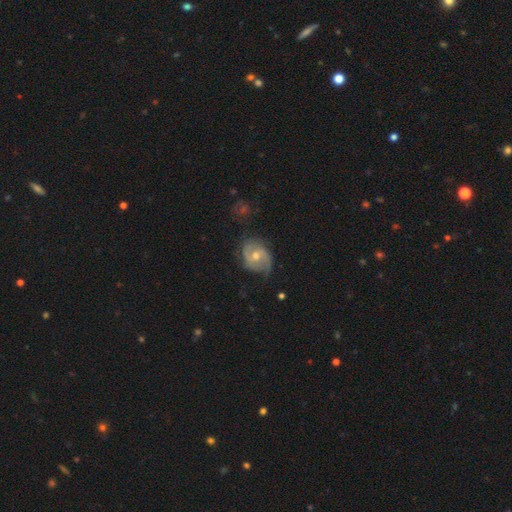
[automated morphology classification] A featured or disk galaxy (76%) with no bar (53%), 2 (74%) medium (45%) spiral arms (91%) and a moderate central bulge (67%). Merging: none (66%).